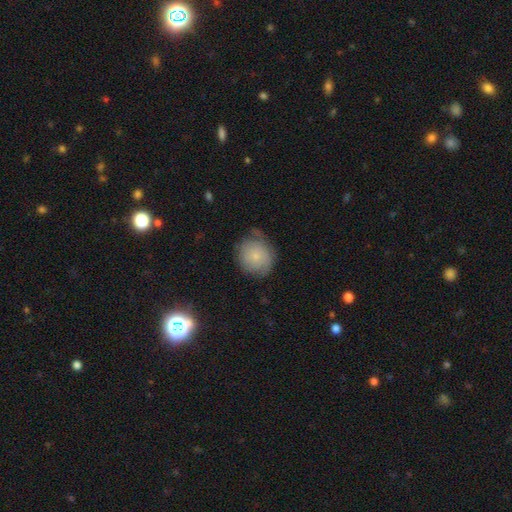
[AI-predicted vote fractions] This is likely a smooth galaxy (74%). How rounded: clearly round (84%). Merging: likely none (62%).